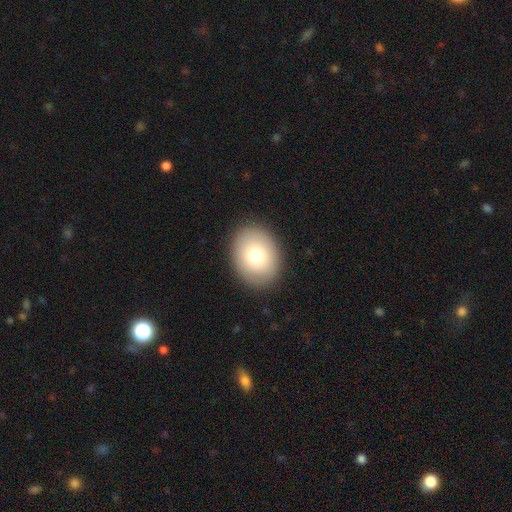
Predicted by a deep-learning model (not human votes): smooth-or-featured: smooth: 78% | featured or disk: 14% | star or artifact: 8%
  how-rounded: in between: 58% | round: 41% | cigar-shaped: 1%
  merging: none: 89% | minor disturbance: 8% | major disturbance: 3% | merger: 1%